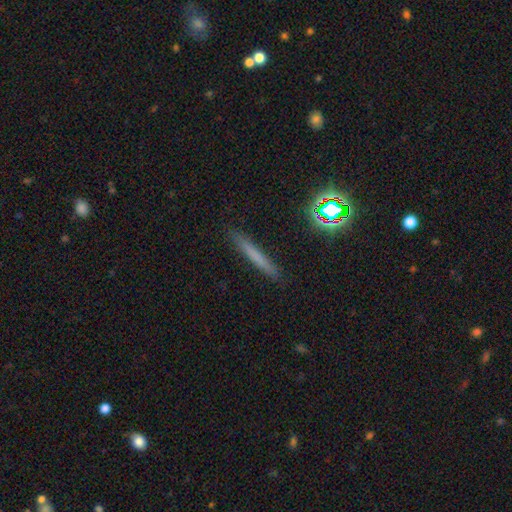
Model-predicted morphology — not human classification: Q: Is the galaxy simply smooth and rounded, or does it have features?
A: smooth — 63%.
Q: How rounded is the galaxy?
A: cigar-shaped — 95%.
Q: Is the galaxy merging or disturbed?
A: none — 90%.